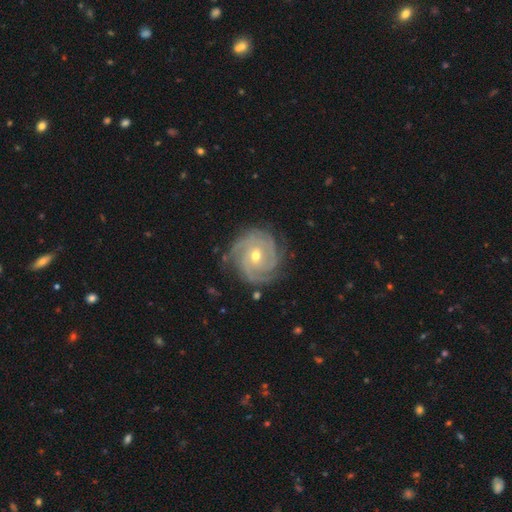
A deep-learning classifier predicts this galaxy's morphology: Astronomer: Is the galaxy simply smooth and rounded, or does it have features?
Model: featured or disk — 90%.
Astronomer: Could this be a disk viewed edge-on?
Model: no — 98%.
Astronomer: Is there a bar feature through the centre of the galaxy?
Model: no — 68%.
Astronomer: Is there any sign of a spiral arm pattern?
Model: yes — 98%.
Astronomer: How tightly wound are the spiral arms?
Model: tight — 78%.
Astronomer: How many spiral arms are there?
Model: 3 — 38% (runner-up: 4, 19%).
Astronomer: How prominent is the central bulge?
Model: moderate — 54% (runner-up: small, 43%).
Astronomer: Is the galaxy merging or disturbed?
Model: none — 80%.